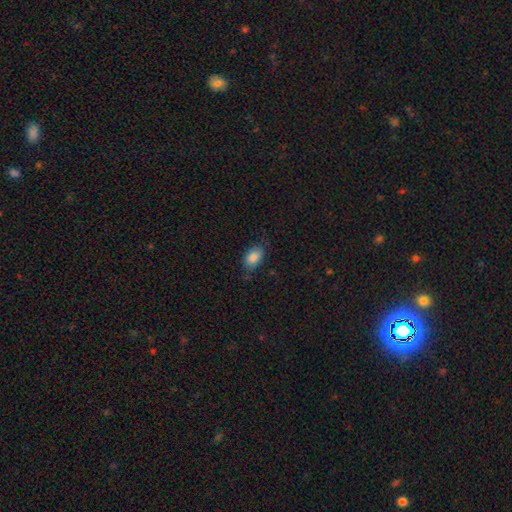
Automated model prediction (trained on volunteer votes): Overall: smooth (81%). How rounded: in between (87%). Merging: none (75%).